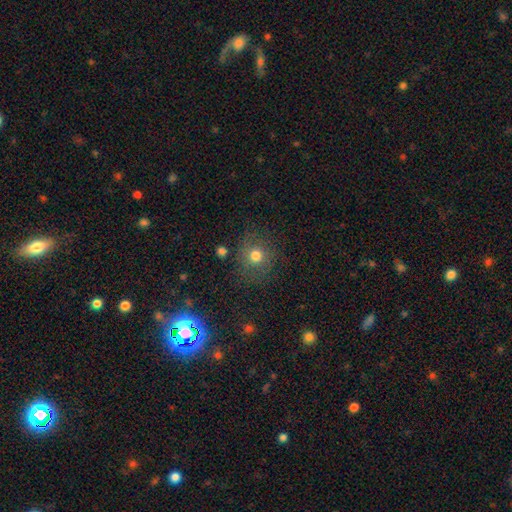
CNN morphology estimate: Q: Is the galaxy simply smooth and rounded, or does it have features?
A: smooth — 71%.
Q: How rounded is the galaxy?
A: round — 87%.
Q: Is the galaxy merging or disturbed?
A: none — 77%.